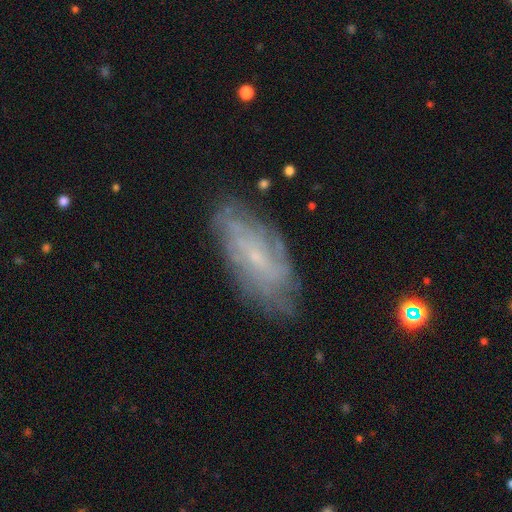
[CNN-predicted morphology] A featured or disk galaxy (71%) with no bar (56%), tight (54%) spiral arms (82%) and a small central bulge (77%).

Vote fractions:
- Smooth or featured? featured or disk: 71% / smooth: 21% / star or artifact: 8%
- Edge-on disk? no: 89% / yes: 11%
- Bar? no: 56% / weak: 37% / strong: 8%
- Spiral arms? yes: 82% / no: 18%
- Spiral winding? tight: 54% / medium: 32% / loose: 14%
- Spiral arm count? can't tell: 60% / 2: 12% / 4: 10% / 3: 8% / more than 4: 6% / 1: 4%
- Bulge size? small: 77% / moderate: 14% / none: 7% / large: 1% / dominant: 1%
- Merging? none: 74% / minor disturbance: 18% / major disturbance: 6% / merger: 2%